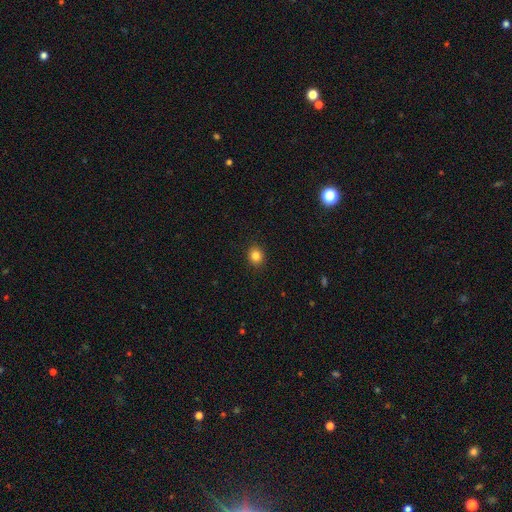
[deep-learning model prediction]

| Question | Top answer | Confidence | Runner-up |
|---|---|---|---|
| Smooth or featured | smooth | 84% | star or artifact (11%) |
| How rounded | round | 78% | in between (21%) |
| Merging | none | 91% | minor disturbance (6%) |